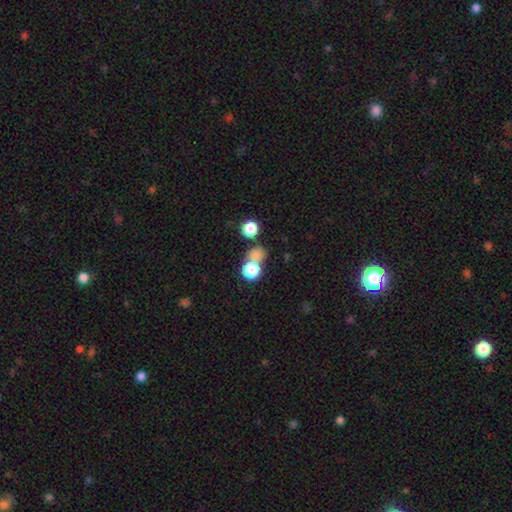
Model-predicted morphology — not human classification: A smooth galaxy with no disk features (77%) that is round (80%). Merging: none (48%).